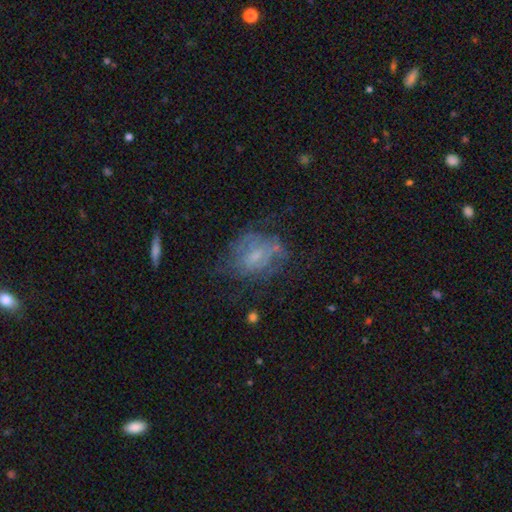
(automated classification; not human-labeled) A featured or disk galaxy (53%) with no bar (60%), no spiral arms (50%, tied with yes) and a small central bulge (54%). Merging: none (52%).